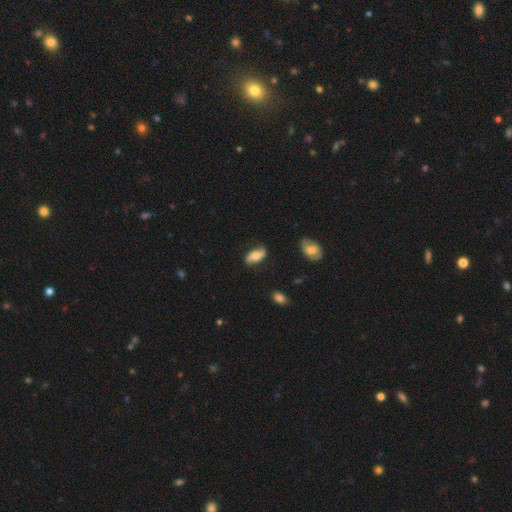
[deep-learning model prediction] smooth-or-featured: smooth: 51% | featured or disk: 42% | star or artifact: 7%
  how-rounded: in between: 86% | cigar-shaped: 10% | round: 4%
  merging: none: 75% | minor disturbance: 19% | major disturbance: 4% | merger: 2%